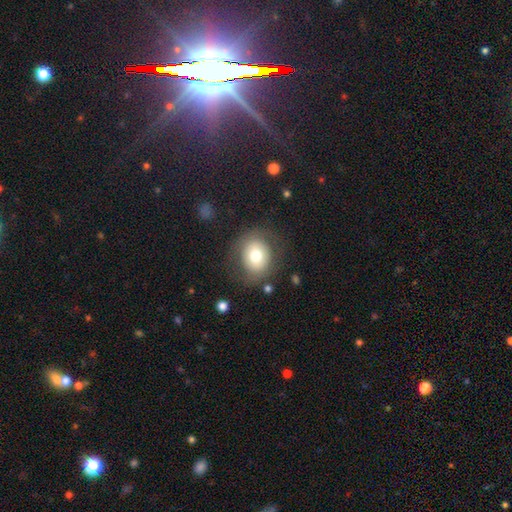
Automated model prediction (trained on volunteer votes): smooth_or_featured: smooth (p=0.70) [alt: featured or disk p=0.21]
how_rounded: round (p=0.68) [alt: in between p=0.31]
merging: none (p=0.76) [alt: minor disturbance p=0.14]